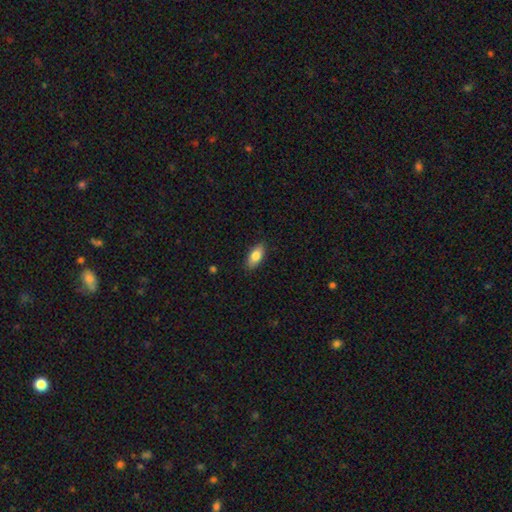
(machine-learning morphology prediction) smooth-or-featured: smooth: 82% | featured or disk: 11% | star or artifact: 7%
  how-rounded: in between: 89% | cigar-shaped: 9% | round: 3%
  merging: none: 88% | minor disturbance: 9% | major disturbance: 2% | merger: 1%